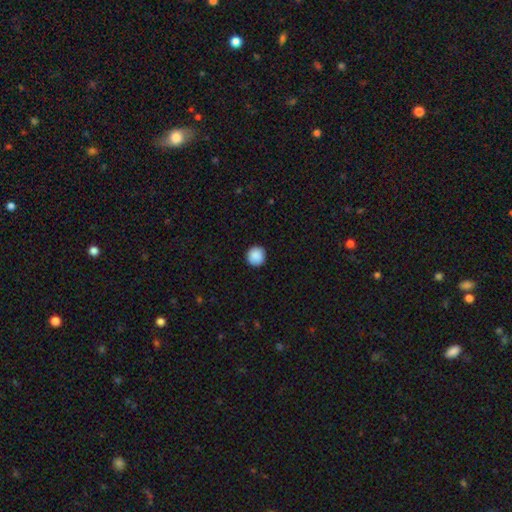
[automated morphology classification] A smooth galaxy with no disk features (89%) that is round (95%). Merging: none (92%).